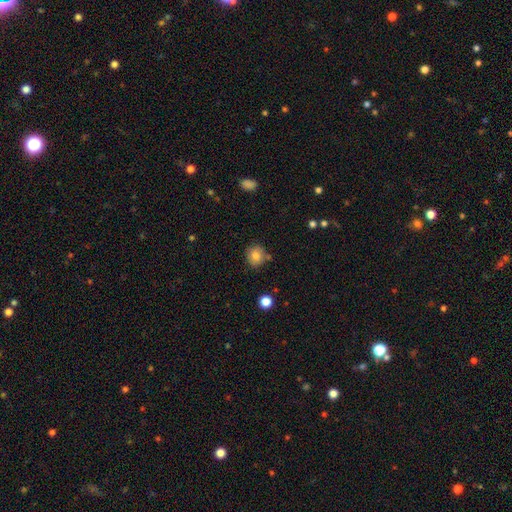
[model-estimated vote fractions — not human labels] Overall: smooth (81%). How rounded: round (81%). Merging: none (75%).